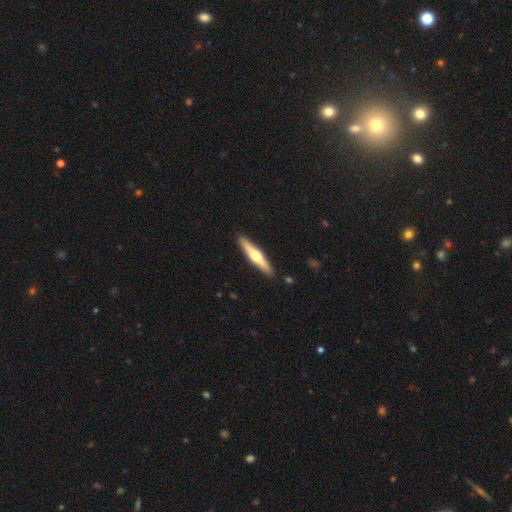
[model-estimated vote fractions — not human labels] This appears to be a featured or disk galaxy (62%) viewed edge-on (97%) with a rounded central bulge (94%). Merging: none (91%).